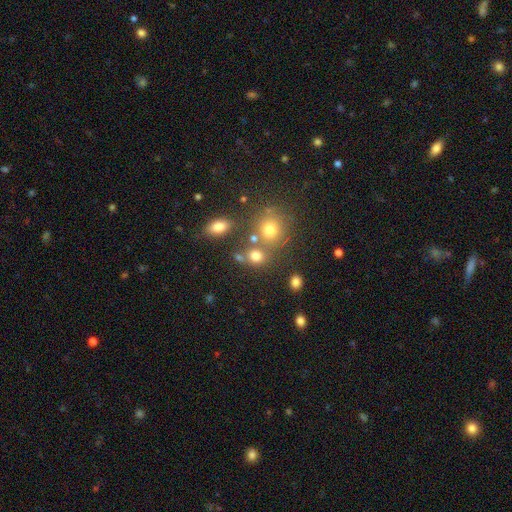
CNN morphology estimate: Smooth or featured: smooth — 75% (star or artifact — 17%)
How rounded: round — 76% (in between — 23%)
Merging: none — 61% (merger — 24%)